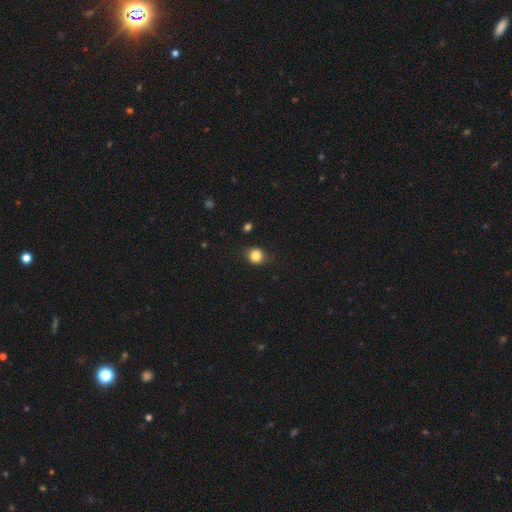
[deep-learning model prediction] This appears to be a smooth galaxy with no disk features (83%) that is round (80%). Merging: none (83%).